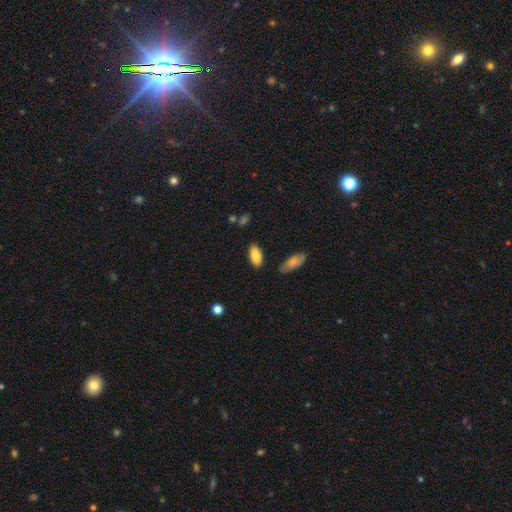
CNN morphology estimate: The model was most divided on "smooth or featured": smooth: 80%, featured or disk: 13%, star or artifact: 7%. More confident: how rounded — in between (89%); merging — none (83%).